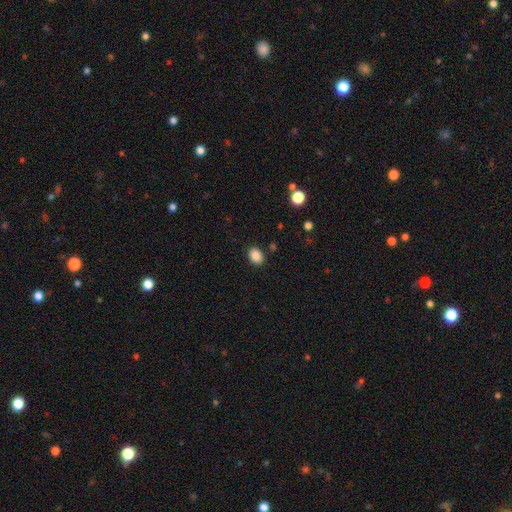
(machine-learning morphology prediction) This is clearly a smooth galaxy (87%). How rounded: likely in between (70%). Merging: clearly none (87%).